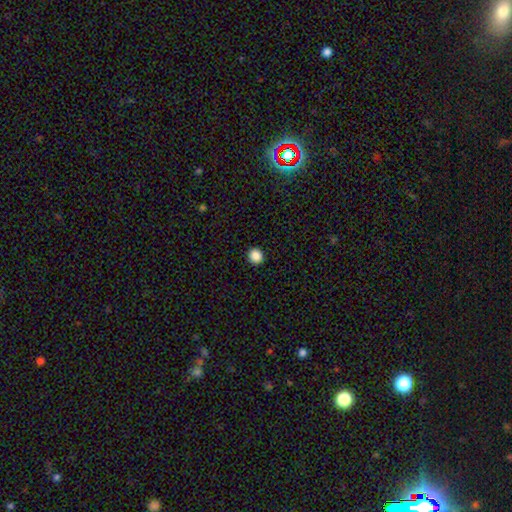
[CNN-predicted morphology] smooth-or-featured: smooth: 88% | star or artifact: 10% | featured or disk: 3%
  how-rounded: round: 91% | in between: 8% | cigar-shaped: 1%
  merging: none: 94% | minor disturbance: 4% | major disturbance: 1% | merger: 1%